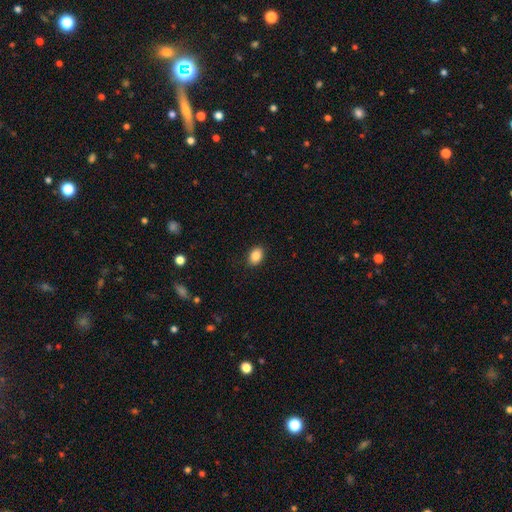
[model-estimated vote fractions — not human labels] This appears to be a smooth galaxy with no disk features (86%) that is in between round and cigar-shaped (75%). Merging: none (89%).